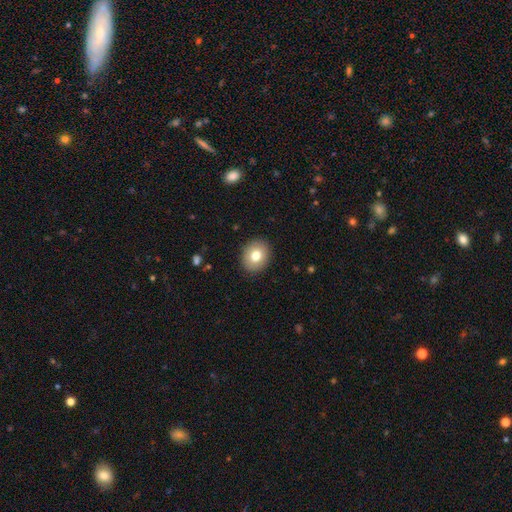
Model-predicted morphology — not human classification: Smooth or featured: smooth — 78% (featured or disk — 13%)
How rounded: round — 61% (in between — 38%)
Merging: none — 90% (minor disturbance — 7%)